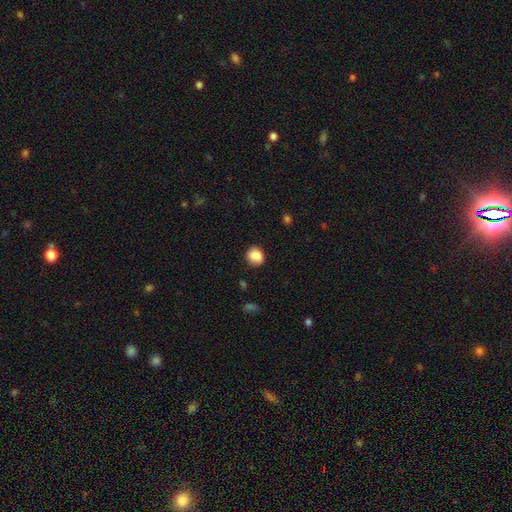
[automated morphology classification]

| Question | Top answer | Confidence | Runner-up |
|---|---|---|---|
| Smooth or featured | smooth | 88% | star or artifact (9%) |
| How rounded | round | 72% | in between (27%) |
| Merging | none | 82% | minor disturbance (13%) |